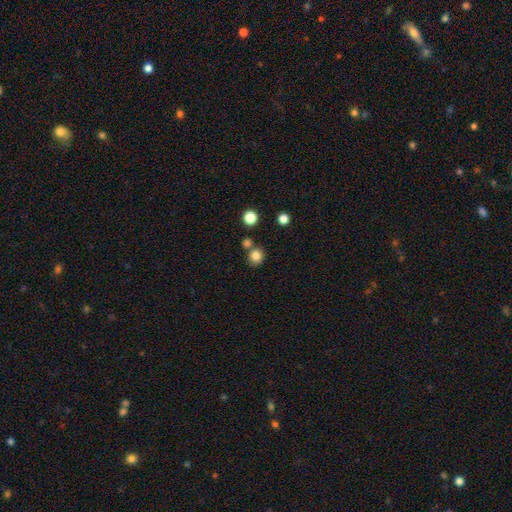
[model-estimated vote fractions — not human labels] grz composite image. It shows a smooth galaxy with no disk features (83%) that is round (86%). Merging: none (70%).